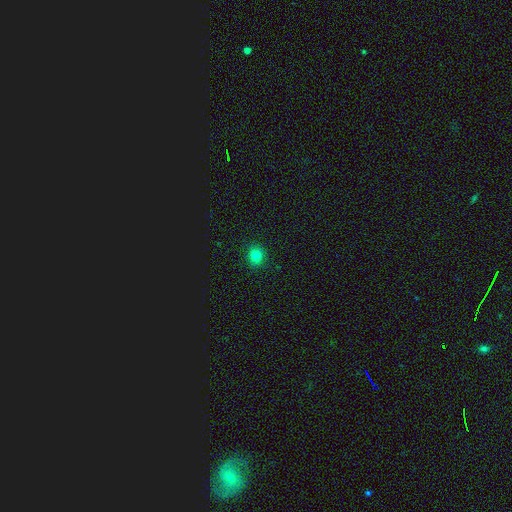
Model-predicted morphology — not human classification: type=smooth (80%); roundness=round (80%); merging=none (91%).